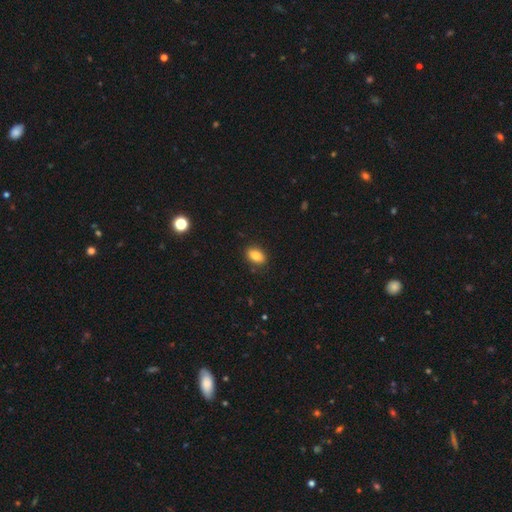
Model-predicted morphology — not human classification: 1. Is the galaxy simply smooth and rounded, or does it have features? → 85% smooth, 9% star or artifact, 6% featured or disk.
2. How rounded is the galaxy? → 87% in between, 11% round, 2% cigar-shaped.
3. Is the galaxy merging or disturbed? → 88% none, 9% minor disturbance, 2% major disturbance, 1% merger.